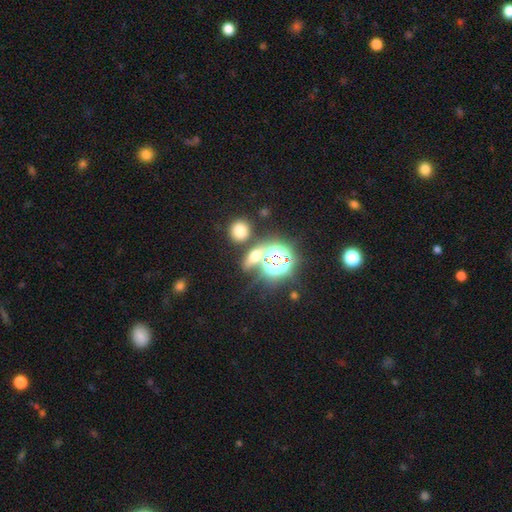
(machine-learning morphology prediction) This is possibly a star or artifact rather than a galaxy (46%).